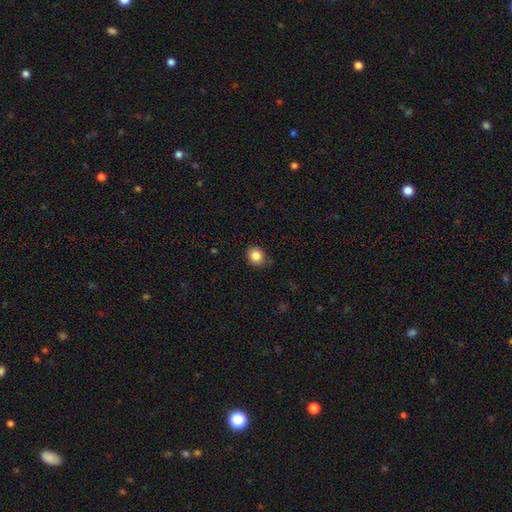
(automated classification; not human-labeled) Morphology: type=smooth (85%); roundness=round (80%); merging=none (82%).